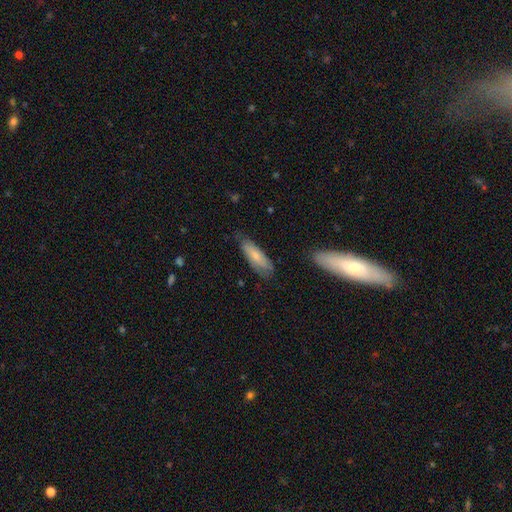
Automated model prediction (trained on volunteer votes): Q: Smooth or featured?
A: smooth (69%); runner-up: featured or disk (26%)
Q: How rounded?
A: in between (56%); runner-up: cigar-shaped (43%)
Q: Merging?
A: none (72%); runner-up: minor disturbance (22%)